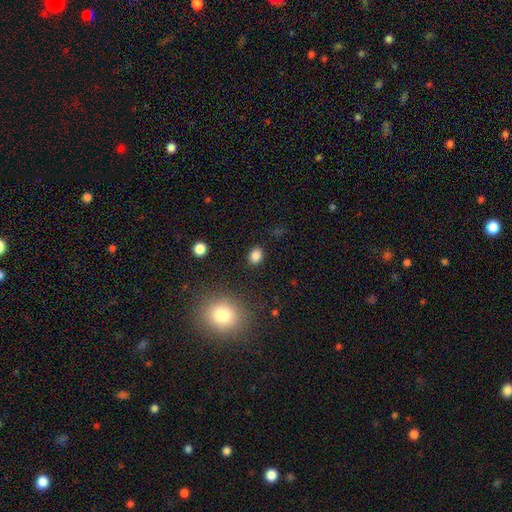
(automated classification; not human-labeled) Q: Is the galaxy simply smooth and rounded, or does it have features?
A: smooth — 85%.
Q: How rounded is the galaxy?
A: in between — 54%.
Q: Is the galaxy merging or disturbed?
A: none — 87%.